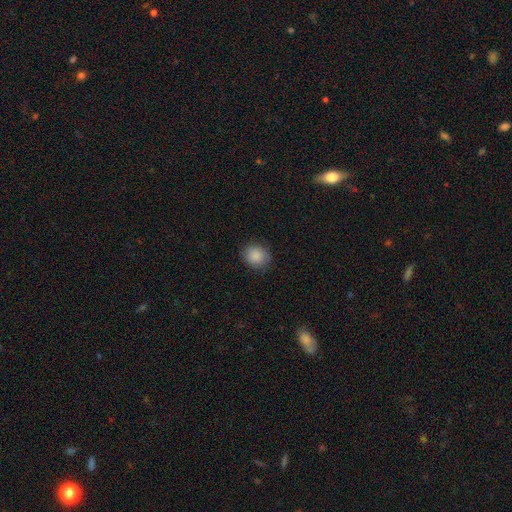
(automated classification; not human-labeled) Q: Smooth or featured?
A: smooth (88%); runner-up: star or artifact (8%)
Q: How rounded?
A: round (65%); runner-up: in between (34%)
Q: Merging?
A: none (86%); runner-up: minor disturbance (10%)